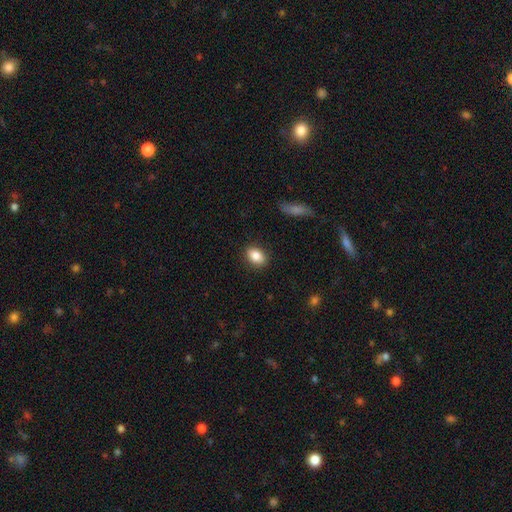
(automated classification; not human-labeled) A smooth galaxy with no disk features (86%) that is in between round and cigar-shaped (80%).

Vote fractions:
- Smooth or featured? smooth: 86% / star or artifact: 8% / featured or disk: 6%
- How rounded? in between: 80% / round: 18% / cigar-shaped: 2%
- Merging? none: 87% / minor disturbance: 9% / major disturbance: 2% / merger: 1%